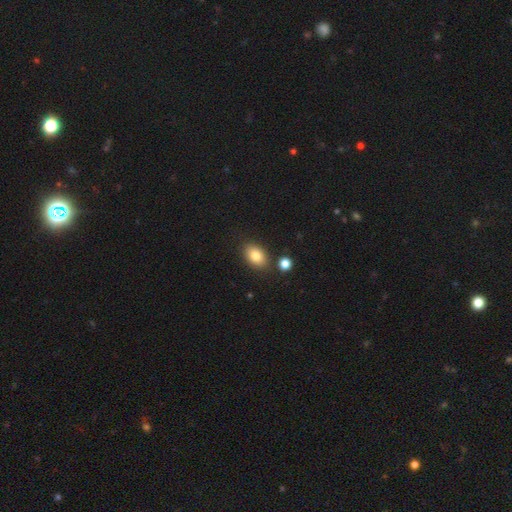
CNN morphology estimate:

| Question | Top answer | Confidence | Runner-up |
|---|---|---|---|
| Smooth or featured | smooth | 83% | star or artifact (9%) |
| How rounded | in between | 84% | round (14%) |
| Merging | none | 82% | minor disturbance (10%) |